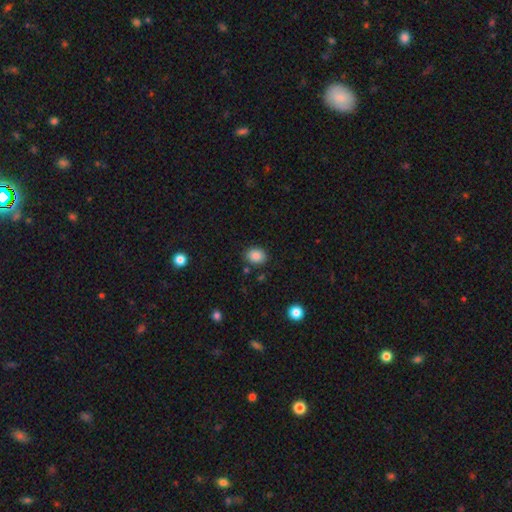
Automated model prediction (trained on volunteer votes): Morphology: type=smooth (86%); roundness=in between (51%); merging=none (86%).